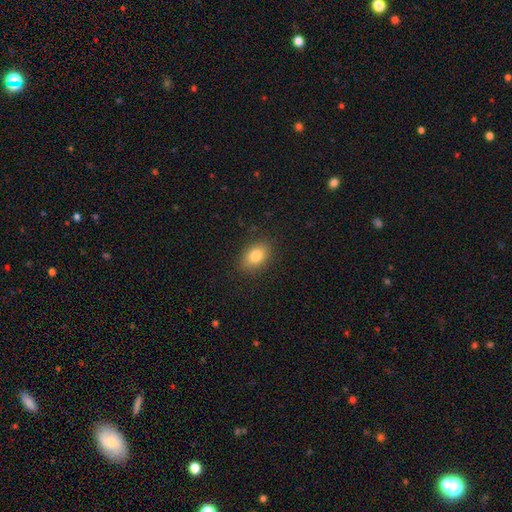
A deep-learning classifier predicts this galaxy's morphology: This is clearly a smooth galaxy (83%). How rounded: clearly in between (85%). Merging: clearly none (87%).